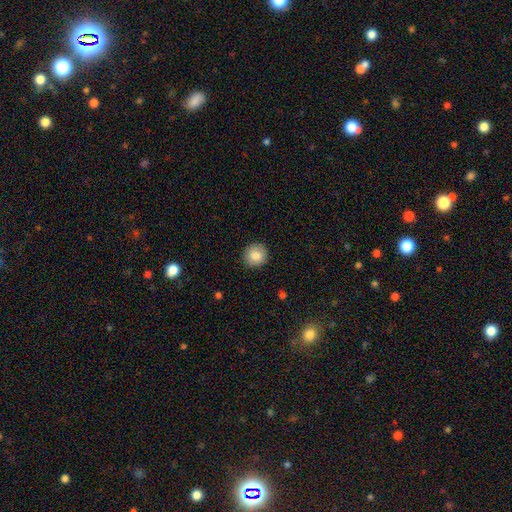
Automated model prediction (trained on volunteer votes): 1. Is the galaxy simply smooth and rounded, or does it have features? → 84% smooth, 8% star or artifact, 8% featured or disk.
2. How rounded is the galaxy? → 90% round, 9% in between, 1% cigar-shaped.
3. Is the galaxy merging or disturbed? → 90% none, 8% minor disturbance, 2% major disturbance, 1% merger.